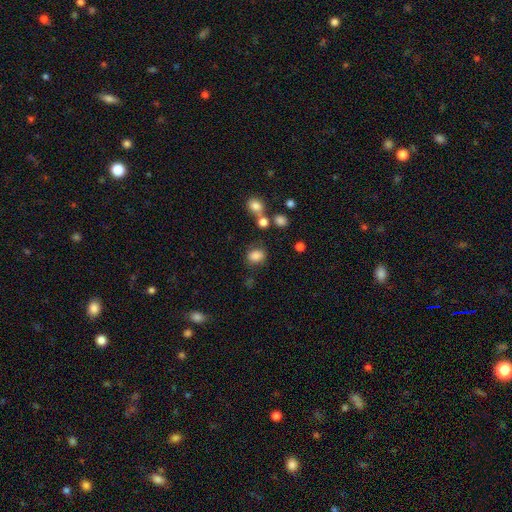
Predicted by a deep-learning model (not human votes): This is clearly a smooth galaxy (83%). How rounded: possibly in between (56%). Merging: likely none (72%).